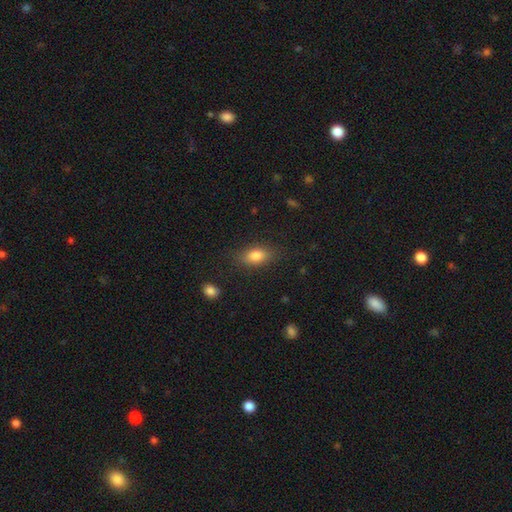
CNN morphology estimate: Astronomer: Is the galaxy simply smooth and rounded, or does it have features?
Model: smooth — 81%.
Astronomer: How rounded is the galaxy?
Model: in between — 83%.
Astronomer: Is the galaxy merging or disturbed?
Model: none — 82%.